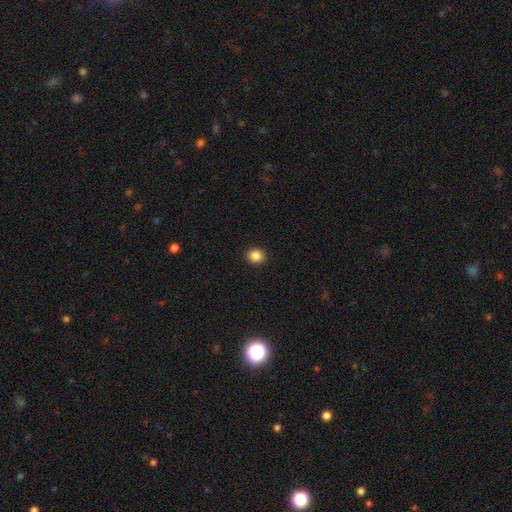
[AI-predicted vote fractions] Overall: smooth (87%). How rounded: round (72%). Merging: none (92%).